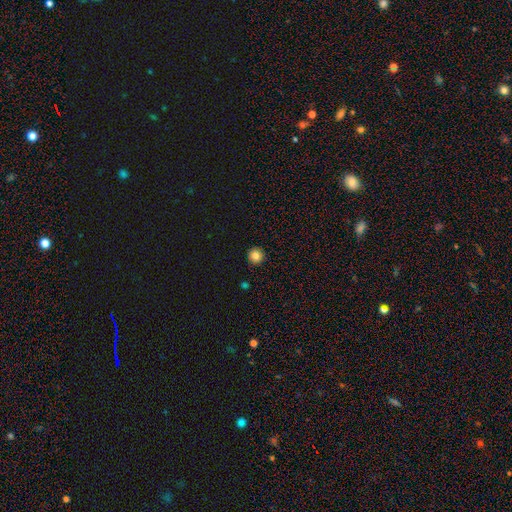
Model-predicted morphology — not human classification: Smooth or featured: smooth — 83% (star or artifact — 11%)
How rounded: round — 95% (in between — 4%)
Merging: none — 93% (minor disturbance — 5%)